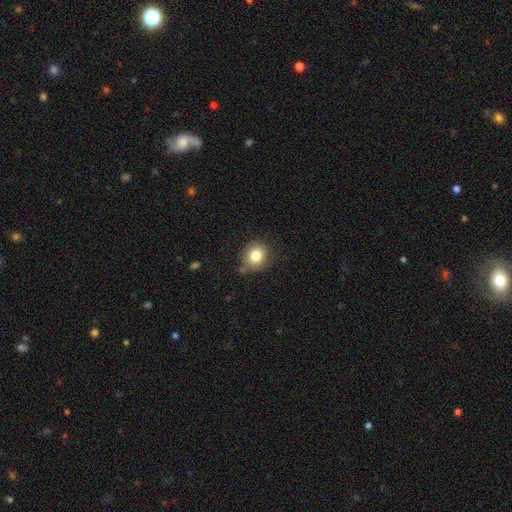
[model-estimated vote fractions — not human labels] Overall: smooth (81%). How rounded: round (76%). Merging: none (77%).